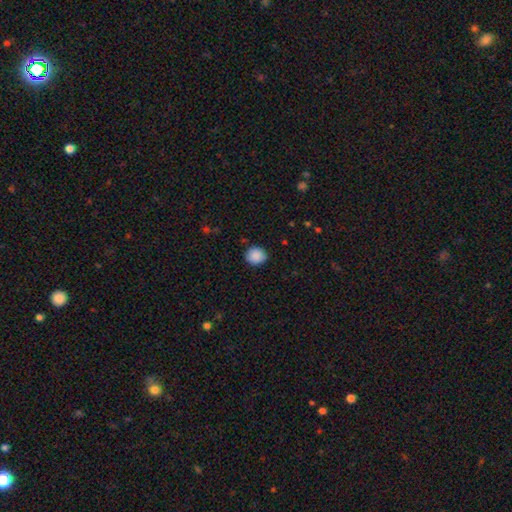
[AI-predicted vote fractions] This appears to be a smooth galaxy with no disk features (89%) that is round (84%). Merging: none (87%).